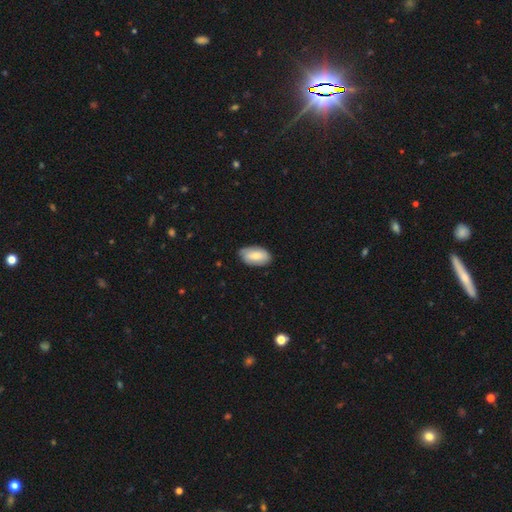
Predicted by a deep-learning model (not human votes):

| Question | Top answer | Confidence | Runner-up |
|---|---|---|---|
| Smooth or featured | smooth | 75% | featured or disk (19%) |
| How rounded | in between | 94% | round (4%) |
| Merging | none | 77% | minor disturbance (19%) |